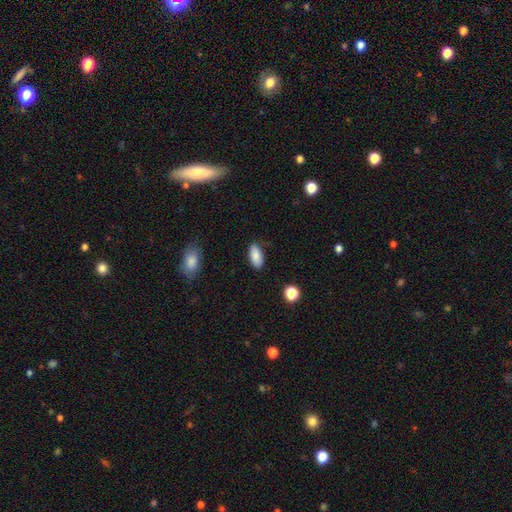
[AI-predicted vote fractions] Smooth or featured? Predicted: smooth (p=0.86). How rounded? Predicted: in between (p=0.89). Merging? Predicted: none (p=0.84).